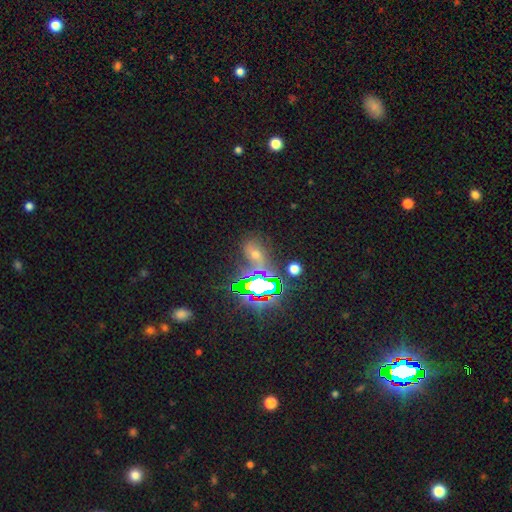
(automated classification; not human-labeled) Smooth or featured? star or artifact (61%)